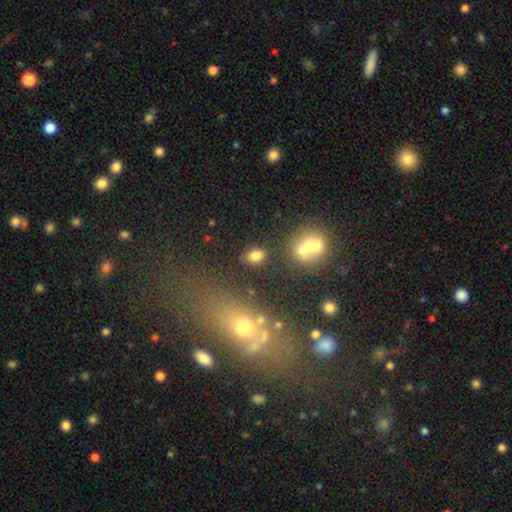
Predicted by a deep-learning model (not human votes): smooth-or-featured: smooth: 77% | star or artifact: 14% | featured or disk: 9%
  how-rounded: in between: 67% | round: 31% | cigar-shaped: 2%
  merging: none: 77% | minor disturbance: 10% | merger: 9% | major disturbance: 4%